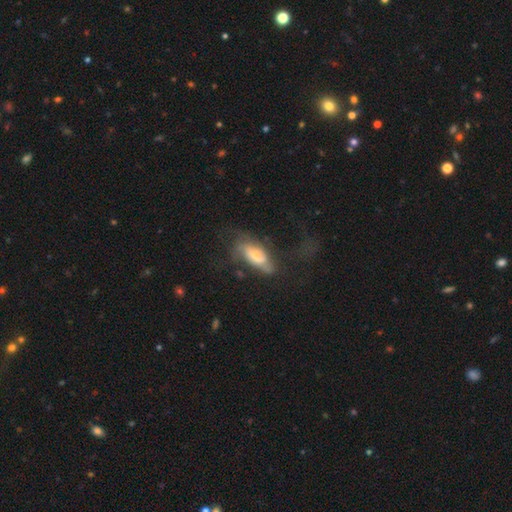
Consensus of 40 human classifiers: This is possibly a featured or disk galaxy (57%). It is possibly viewed edge-on (52%). Edge-on bulge: clearly rounded (83%). Merging: possibly none (51%).